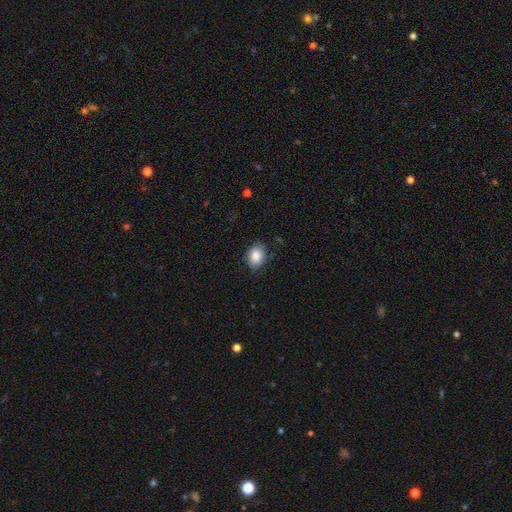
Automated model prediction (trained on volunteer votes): Q: Smooth or featured?
A: smooth (86%); runner-up: star or artifact (8%)
Q: How rounded?
A: round (52%); runner-up: in between (47%)
Q: Merging?
A: none (80%); runner-up: minor disturbance (16%)